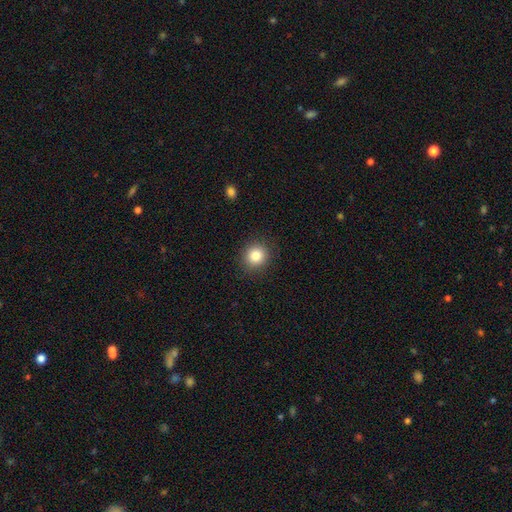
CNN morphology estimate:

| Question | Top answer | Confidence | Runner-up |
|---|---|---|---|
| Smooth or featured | smooth | 83% | star or artifact (11%) |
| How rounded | round | 89% | in between (10%) |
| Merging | none | 90% | minor disturbance (7%) |